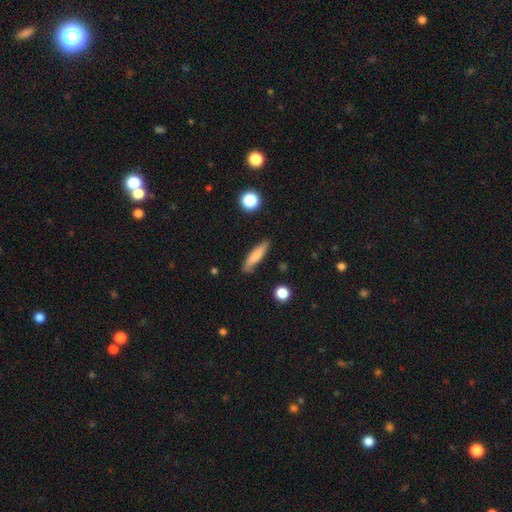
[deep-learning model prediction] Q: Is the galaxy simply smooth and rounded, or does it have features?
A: smooth — 72%.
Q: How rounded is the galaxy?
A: cigar-shaped — 76%.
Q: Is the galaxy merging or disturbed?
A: none — 75%.